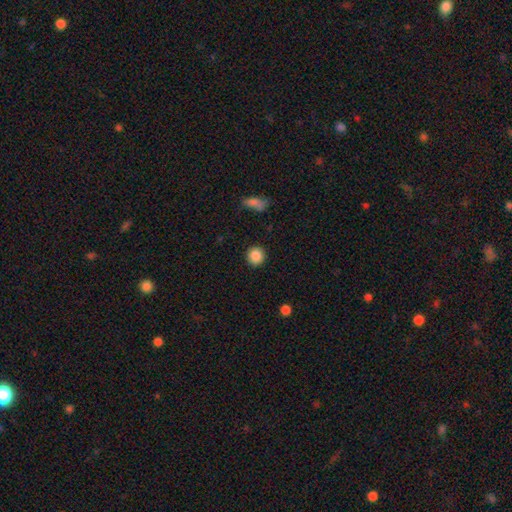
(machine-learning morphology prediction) This is clearly a smooth galaxy (87%). How rounded: clearly round (91%). Merging: clearly none (90%).